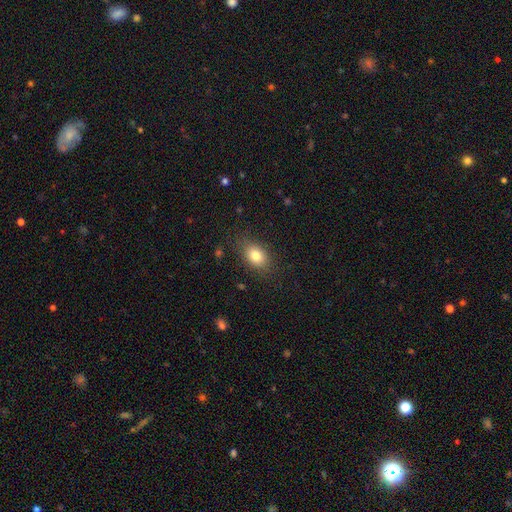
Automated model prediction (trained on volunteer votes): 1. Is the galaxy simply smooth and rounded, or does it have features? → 81% smooth, 10% featured or disk, 9% star or artifact.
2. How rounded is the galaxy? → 78% in between, 20% round, 2% cigar-shaped.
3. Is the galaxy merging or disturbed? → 81% none, 14% minor disturbance, 4% major disturbance, 1% merger.